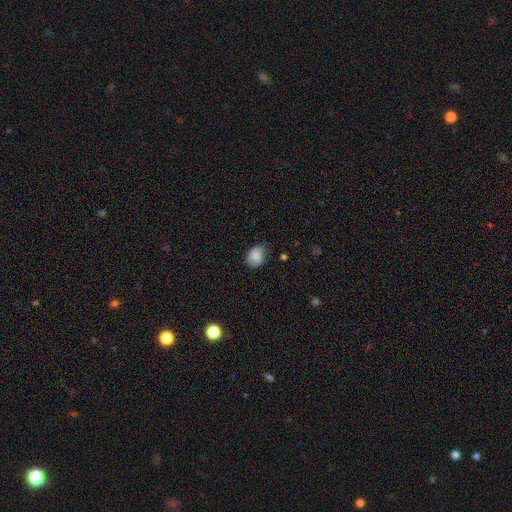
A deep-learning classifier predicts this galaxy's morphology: Overall: smooth (85%). How rounded: in between (62%; round 37%). Merging: none (66%; minor disturbance 28%).